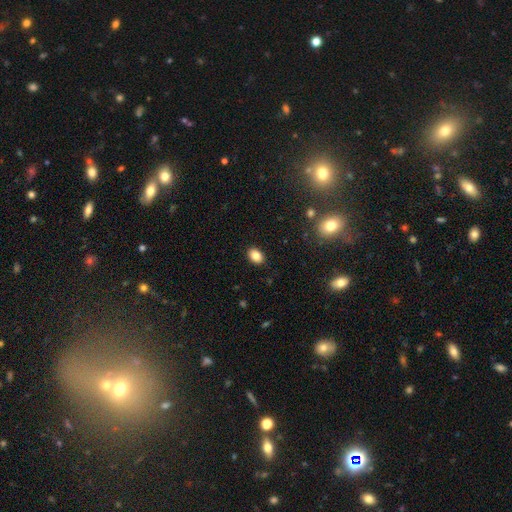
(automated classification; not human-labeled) A smooth galaxy with no disk features (85%) that is in between round and cigar-shaped (78%). Merging: none (89%).